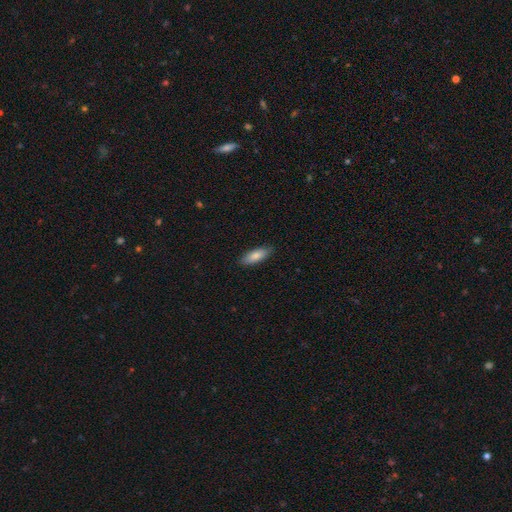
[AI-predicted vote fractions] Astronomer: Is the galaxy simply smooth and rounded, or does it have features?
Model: smooth — 84%.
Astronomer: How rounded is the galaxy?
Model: in between — 66%.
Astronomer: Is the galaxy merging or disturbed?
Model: none — 87%.